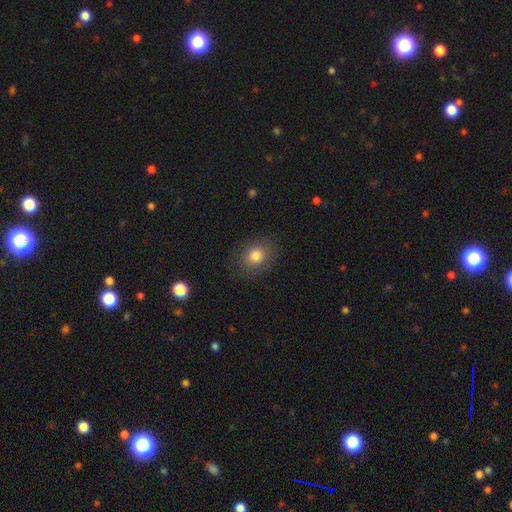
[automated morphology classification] smooth 81%, star or artifact 10%, featured or disk 9%. Down the decision tree: how rounded — round (51%); merging — none (83%).